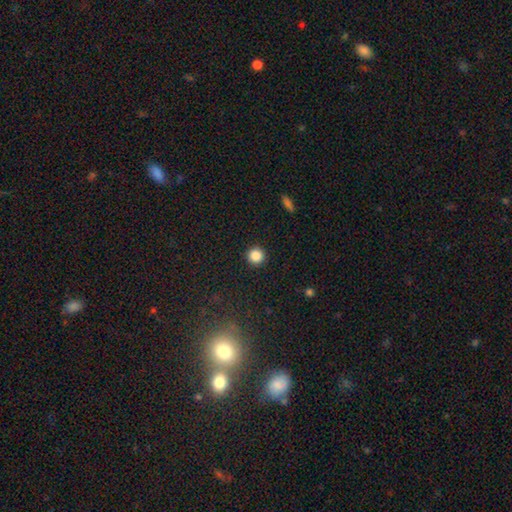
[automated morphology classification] A smooth galaxy with no disk features (86%) that is round (96%).

Vote fractions:
- Smooth or featured? smooth: 86% / star or artifact: 10% / featured or disk: 4%
- How rounded? round: 96% / in between: 3% / cigar-shaped: 1%
- Merging? none: 93% / minor disturbance: 4% / major disturbance: 2% / merger: 1%